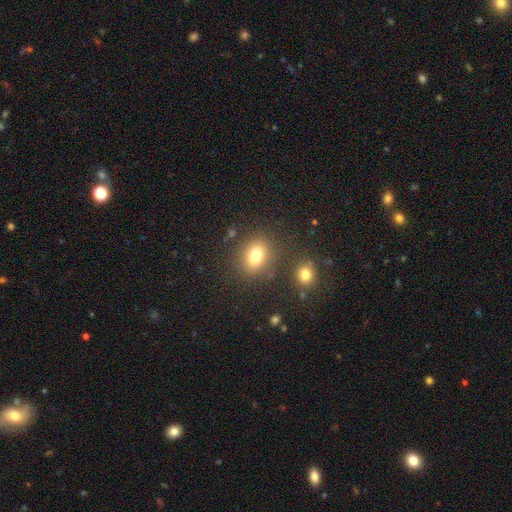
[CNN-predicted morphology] smooth 78%, star or artifact 12%, featured or disk 10%. Down the decision tree: how rounded — in between (58%); merging — none (79%).